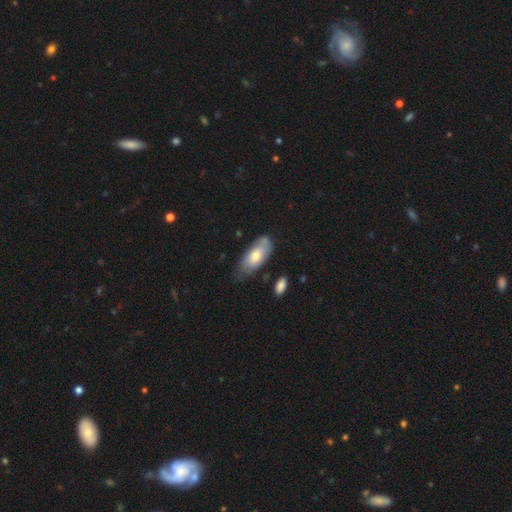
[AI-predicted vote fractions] smooth 69%, featured or disk 25%, star or artifact 6%. Down the decision tree: how rounded — in between (88%); merging — none (54%).